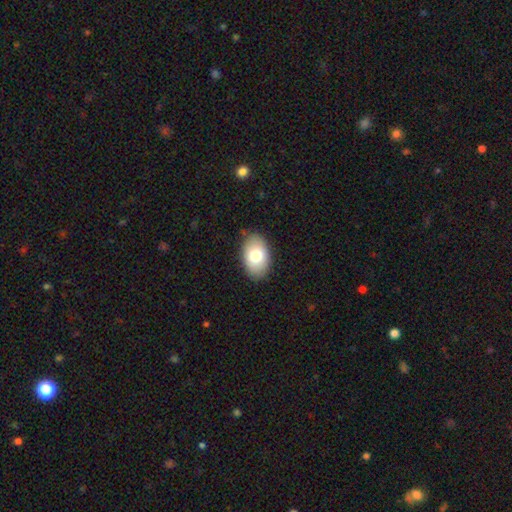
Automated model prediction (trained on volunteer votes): smooth 76%, featured or disk 17%, star or artifact 7%. Down the decision tree: how rounded — in between (91%); merging — none (86%).